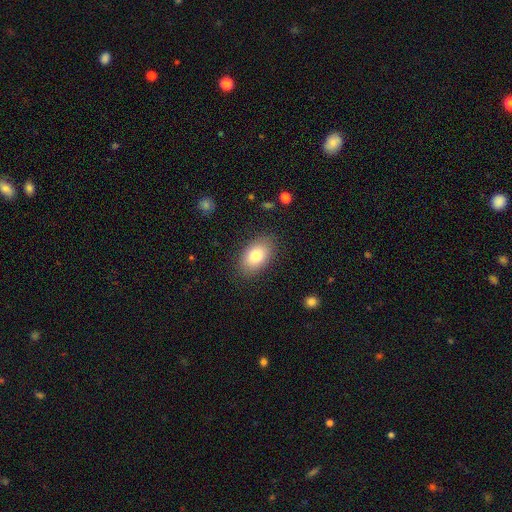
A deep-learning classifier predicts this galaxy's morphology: smooth-or-featured: smooth: 82% | featured or disk: 11% | star or artifact: 7%
  how-rounded: in between: 92% | round: 7% | cigar-shaped: 1%
  merging: none: 84% | minor disturbance: 12% | major disturbance: 3% | merger: 1%